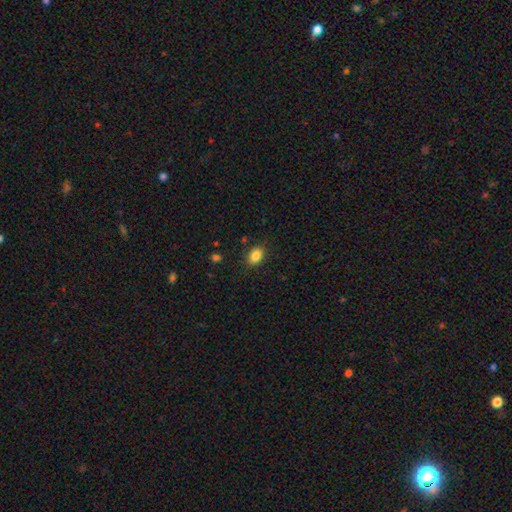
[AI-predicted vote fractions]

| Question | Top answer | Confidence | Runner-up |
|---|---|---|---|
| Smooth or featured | smooth | 84% | star or artifact (9%) |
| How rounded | in between | 80% | round (19%) |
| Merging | none | 86% | minor disturbance (10%) |